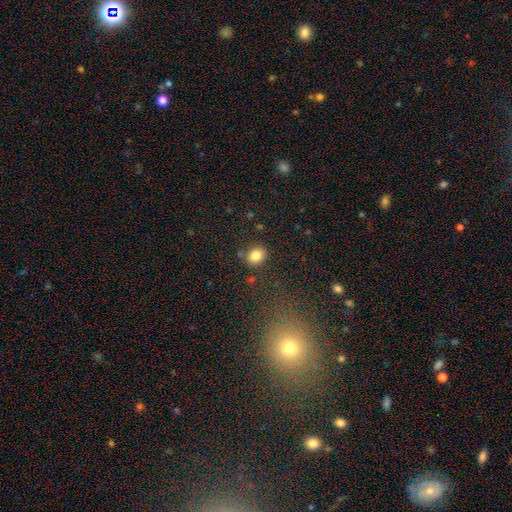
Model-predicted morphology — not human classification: The model was most divided on "how rounded": round: 59%, in between: 40%, cigar-shaped: 1%. More confident: smooth or featured — smooth (83%); merging — none (80%).